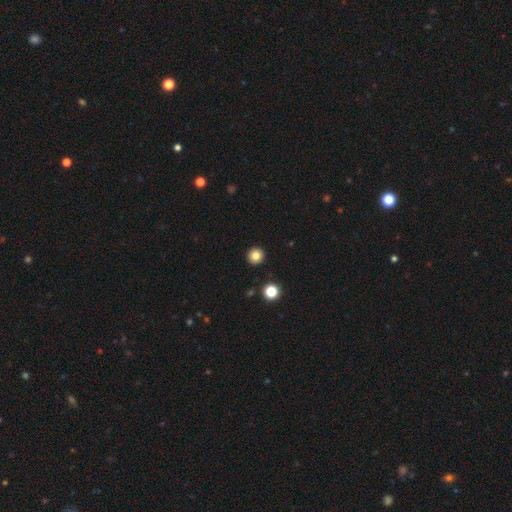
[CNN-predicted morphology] Overall: smooth (83%). How rounded: round (94%). Merging: none (93%).